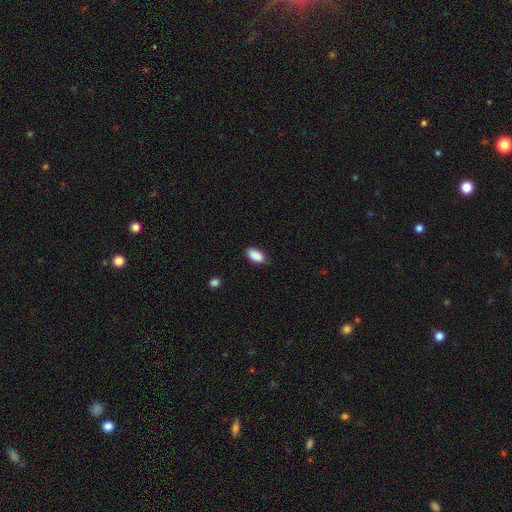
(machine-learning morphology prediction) This is clearly a smooth galaxy (90%). How rounded: clearly in between (93%). Merging: clearly none (82%).